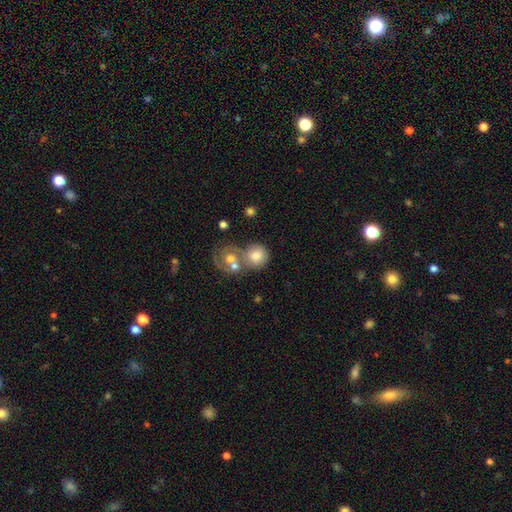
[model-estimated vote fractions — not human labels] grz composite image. It shows a smooth galaxy with no disk features (68%) that is round (79%). Merging: merger (54%).